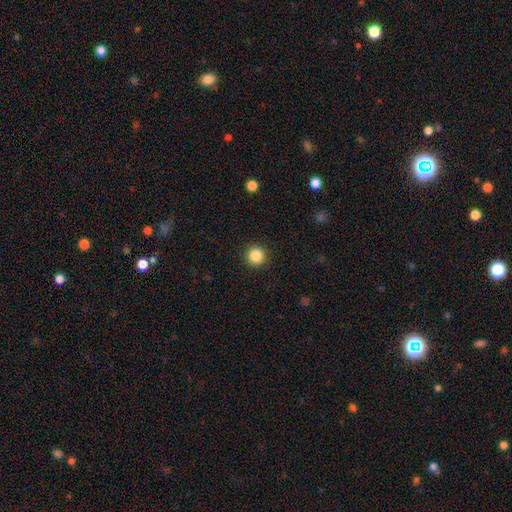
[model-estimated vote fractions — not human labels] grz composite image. It shows a smooth galaxy with no disk features (86%) that is round (96%). Merging: none (92%).